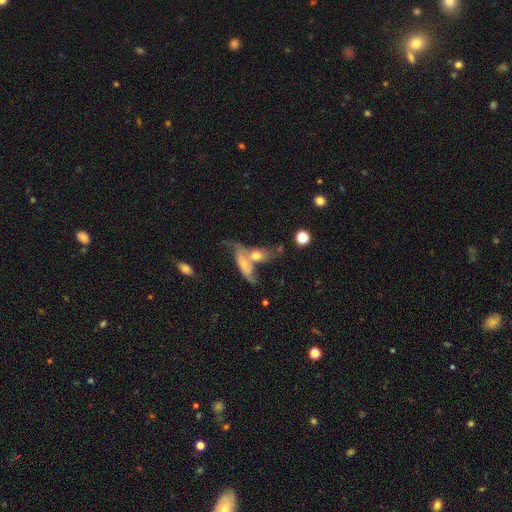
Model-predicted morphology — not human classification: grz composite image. It shows a featured or disk galaxy (42%). Merging: none (38%, tied with merger).